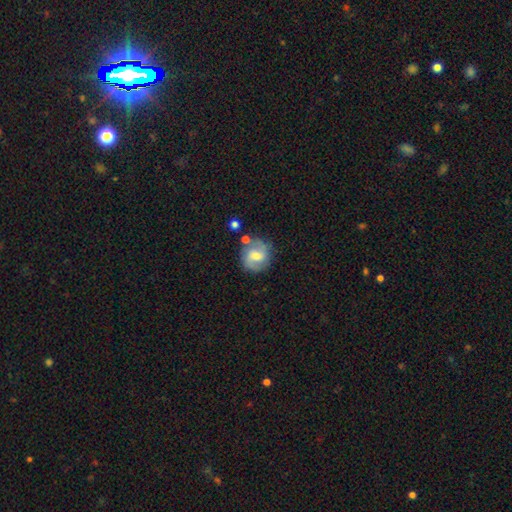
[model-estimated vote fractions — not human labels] Smooth or featured: smooth — 48% (featured or disk — 43%)
Merging: none — 69% (minor disturbance — 17%)